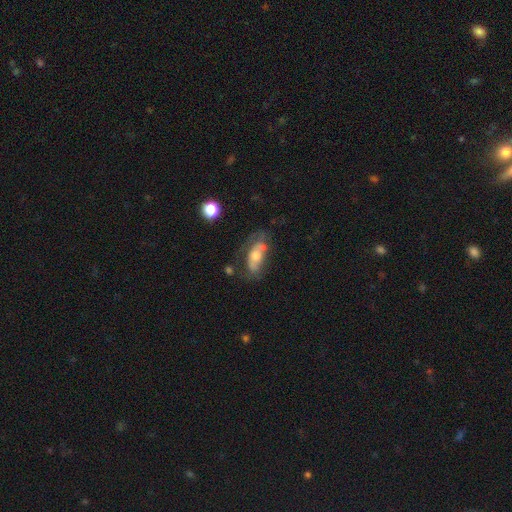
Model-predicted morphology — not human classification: Overall: featured or disk (49%; smooth 42%). Merging: none (41%; minor disturbance 26%).